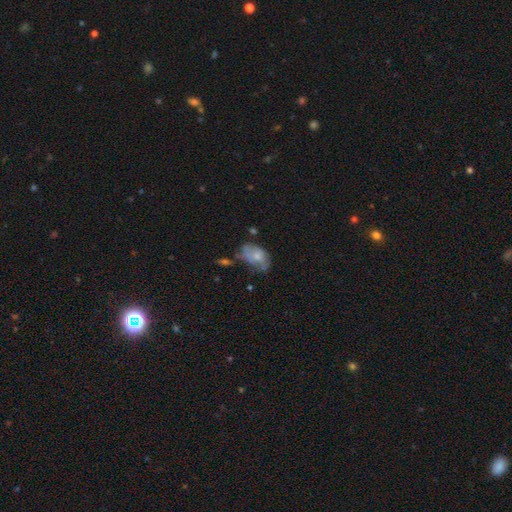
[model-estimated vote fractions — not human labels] Overall: smooth (60%; featured or disk 31%). How rounded: in between (88%). Merging: none (33%, tied with minor disturbance).